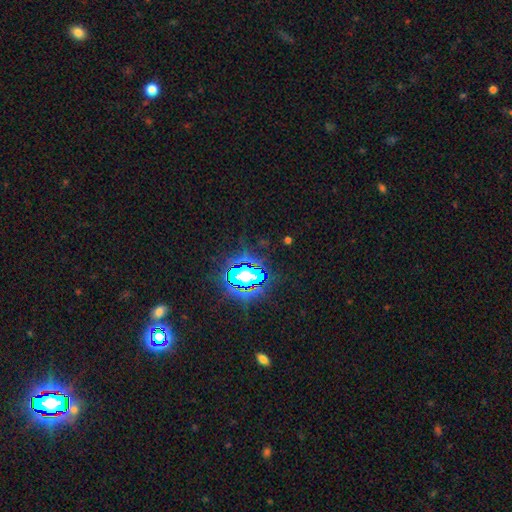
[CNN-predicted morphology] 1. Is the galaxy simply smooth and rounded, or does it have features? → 82% star or artifact, 11% smooth, 7% featured or disk.